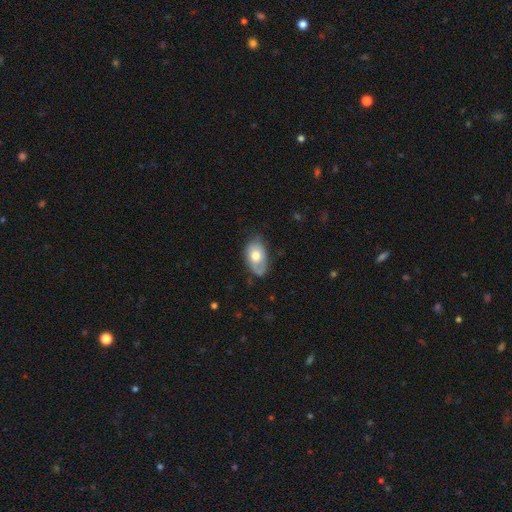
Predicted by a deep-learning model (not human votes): Morphology: type=smooth (63%); roundness=in between (91%); merging=none (57%).